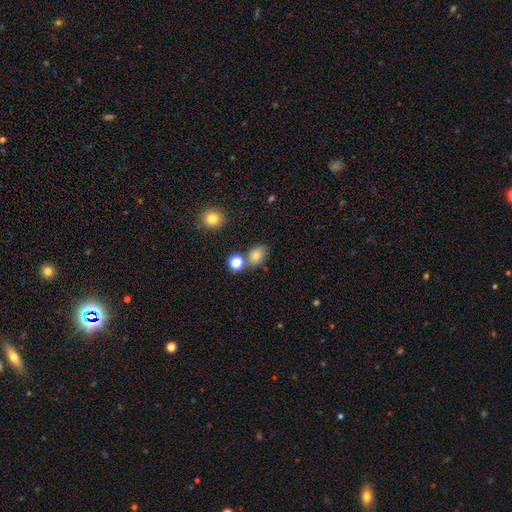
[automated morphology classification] This is likely a smooth galaxy (78%). How rounded: likely in between (69%). Merging: likely none (65%).